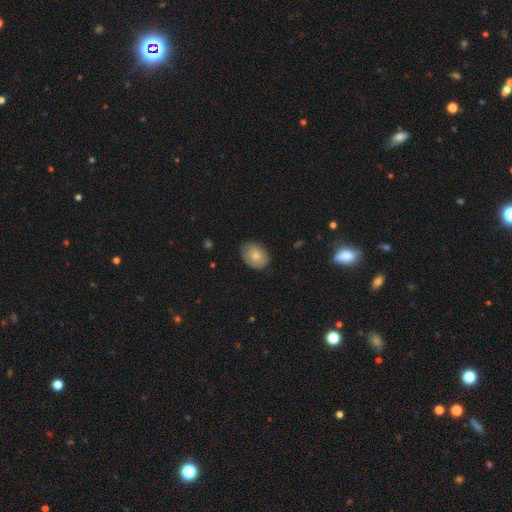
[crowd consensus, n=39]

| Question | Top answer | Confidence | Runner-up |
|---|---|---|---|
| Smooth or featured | smooth | 79% | featured or disk (10%) |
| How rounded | in between | 58% | round (42%) |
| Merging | none | 74% | minor disturbance (17%) |